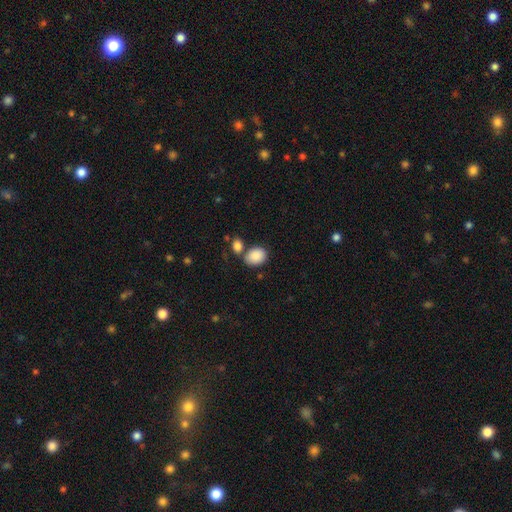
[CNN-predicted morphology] smooth-or-featured: smooth: 88% | star or artifact: 7% | featured or disk: 5%
  how-rounded: in between: 63% | round: 36% | cigar-shaped: 1%
  merging: none: 60% | merger: 23% | minor disturbance: 13% | major disturbance: 4%